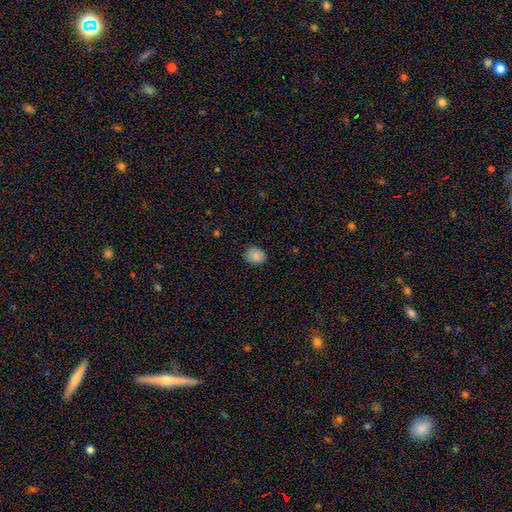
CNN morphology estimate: Overall: smooth (86%). How rounded: round (59%; in between 40%). Merging: none (80%).